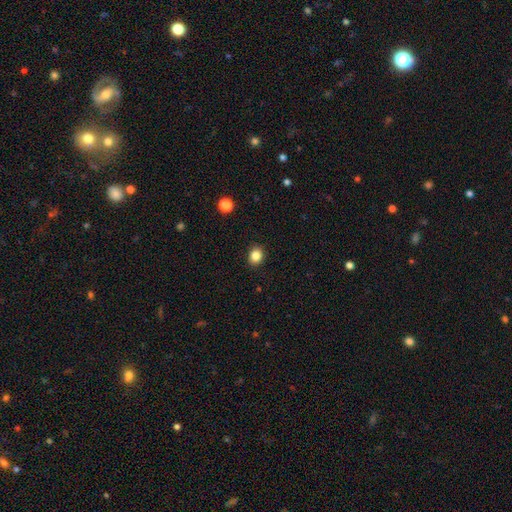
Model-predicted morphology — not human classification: Overall: smooth (85%). How rounded: round (58%; in between 41%). Merging: none (90%).